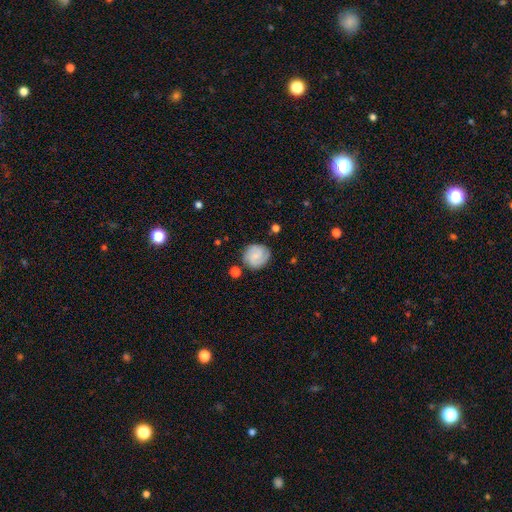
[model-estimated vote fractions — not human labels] Overall: featured or disk (59%; smooth 34%). Edge-on disk: no (98%). Bar: no (57%; weak 37%). Spiral arms: yes (93%). Spiral arm count: 2 (55%; can't tell 18%). Spiral winding: tight (59%; medium 33%). Bulge size: small (60%; none 20%). Merging: none (77%).